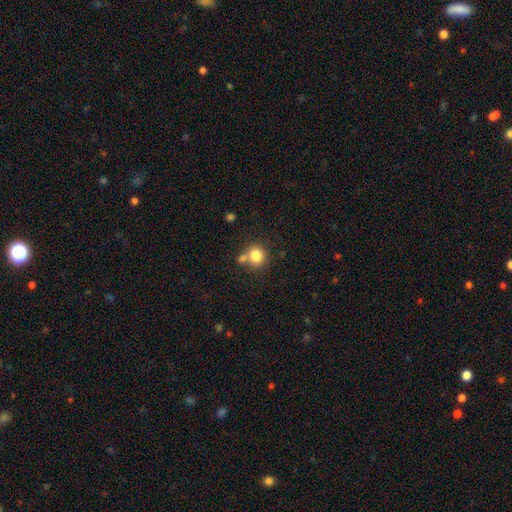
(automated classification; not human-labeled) Smooth or featured? Predicted: smooth (p=0.82). How rounded? Predicted: round (p=0.77). Merging? Predicted: none (p=0.58).